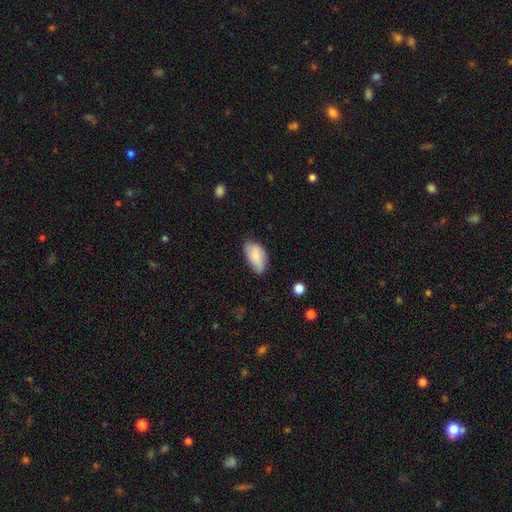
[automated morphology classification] Smooth or featured: smooth — 77% (featured or disk — 16%)
How rounded: in between — 94% (round — 3%)
Merging: none — 60% (minor disturbance — 33%)